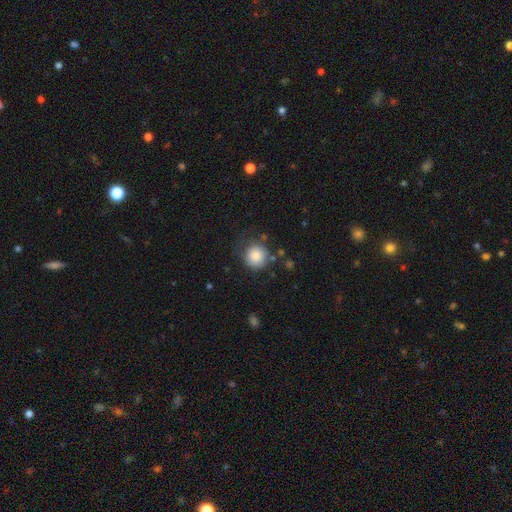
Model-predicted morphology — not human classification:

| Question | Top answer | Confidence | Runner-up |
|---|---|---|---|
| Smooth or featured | smooth | 84% | star or artifact (9%) |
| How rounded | round | 93% | in between (6%) |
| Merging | none | 75% | minor disturbance (16%) |